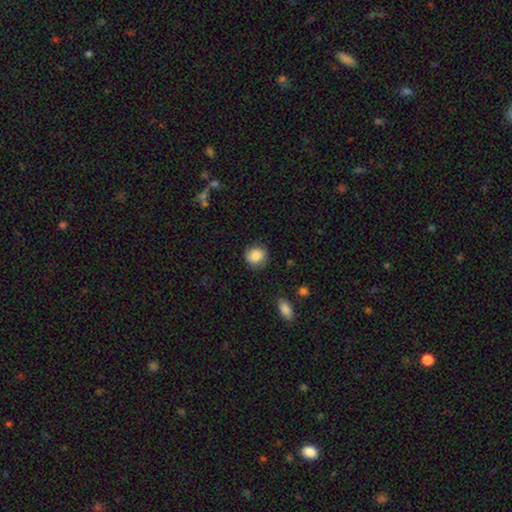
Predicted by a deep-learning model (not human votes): A smooth galaxy with no disk features (86%) that is round (81%). Merging: none (82%).